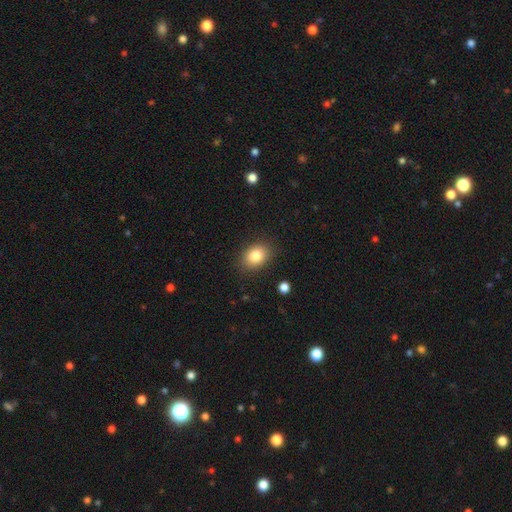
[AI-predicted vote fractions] Morphology: type=smooth (83%); roundness=in between (67%); merging=none (86%).